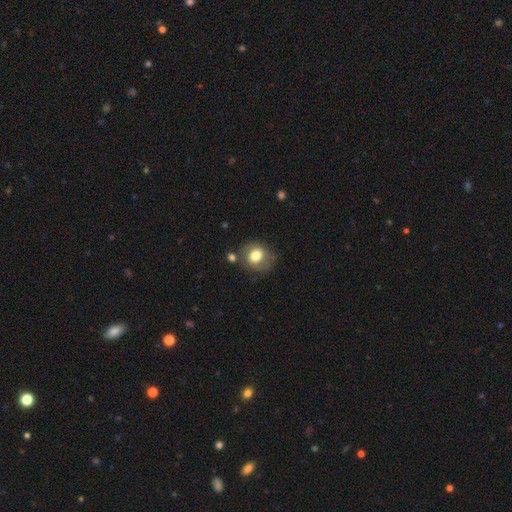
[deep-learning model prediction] A smooth galaxy with no disk features (73%) that is round (71%). Merging: none (71%).